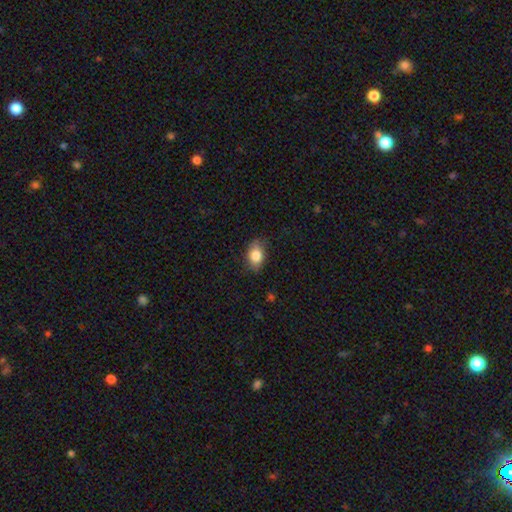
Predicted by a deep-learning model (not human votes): This is clearly a smooth galaxy (82%). How rounded: likely in between (78%). Merging: likely none (80%).